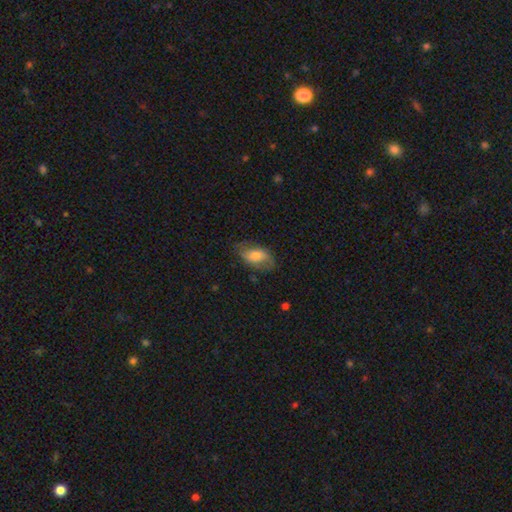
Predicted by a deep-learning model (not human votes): Smooth or featured?
  - smooth: 57% *
  - featured or disk: 36%
  - star or artifact: 7%
How rounded?
  - in between: 90% *
  - round: 7%
  - cigar-shaped: 3%
Merging?
  - none: 65% *
  - minor disturbance: 23%
  - major disturbance: 10%
  - merger: 1%